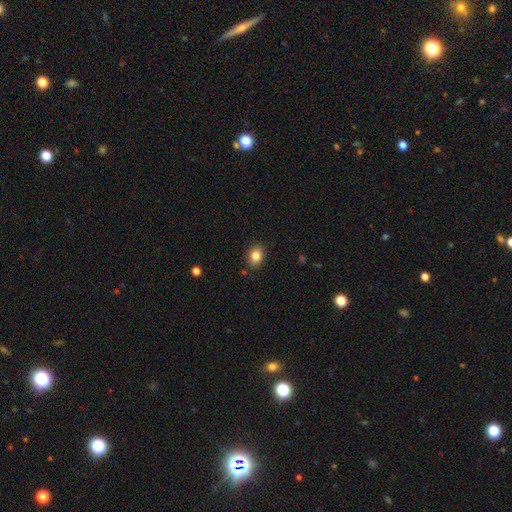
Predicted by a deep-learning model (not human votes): smooth-or-featured: smooth: 84% | star or artifact: 10% | featured or disk: 6%
  how-rounded: in between: 59% | round: 40% | cigar-shaped: 1%
  merging: none: 87% | minor disturbance: 9% | major disturbance: 2% | merger: 1%